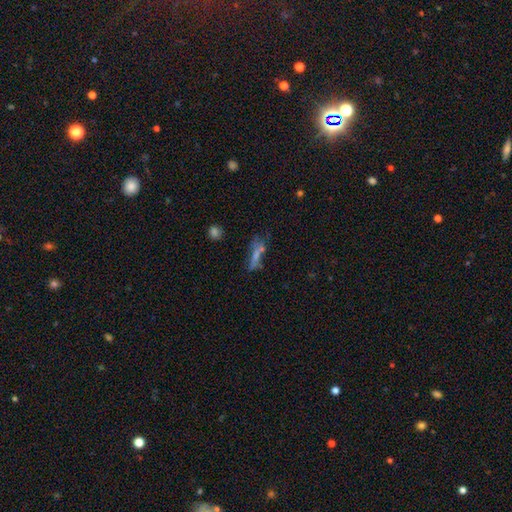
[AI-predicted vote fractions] Smooth or featured: smooth — 42% (featured or disk — 34%)
Merging: none — 49% (minor disturbance — 18%)